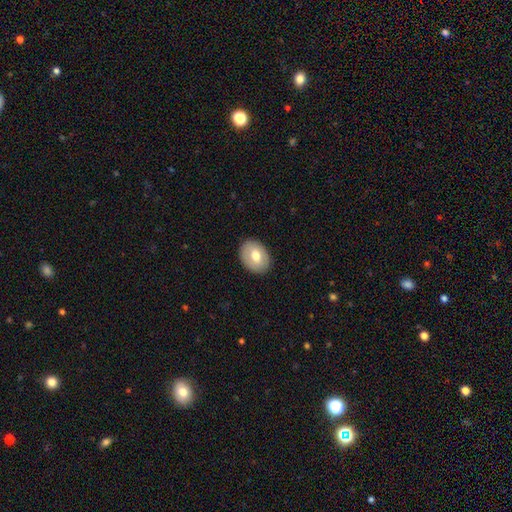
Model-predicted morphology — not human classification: type=smooth (70%); roundness=in between (70%); merging=none (88%).